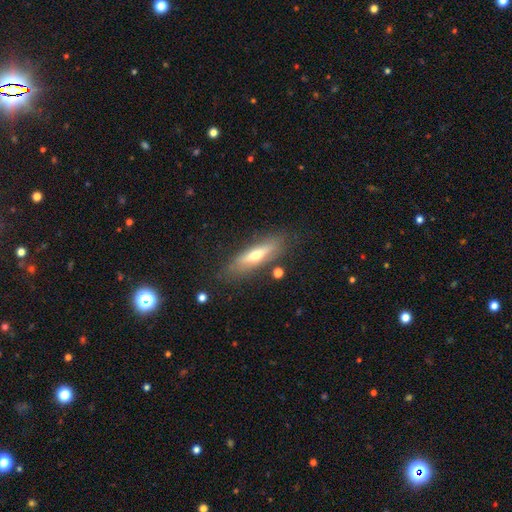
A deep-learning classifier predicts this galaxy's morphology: smooth 48%, featured or disk 45%, star or artifact 7%. Down the decision tree: merging — none (78%).